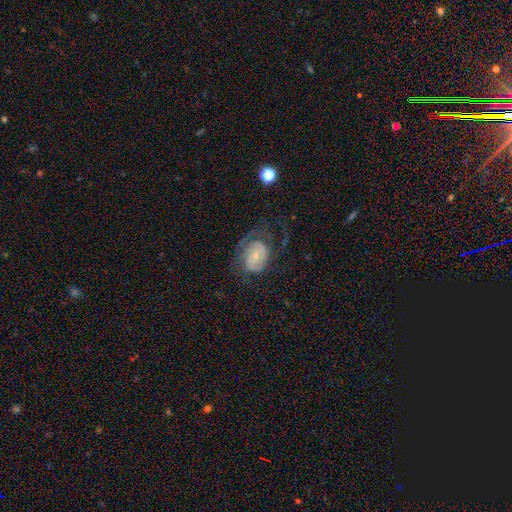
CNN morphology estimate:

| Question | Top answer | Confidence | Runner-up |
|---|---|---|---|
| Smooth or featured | featured or disk | 65% | smooth (27%) |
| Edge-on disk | no | 96% | yes (4%) |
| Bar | no | 67% | weak (26%) |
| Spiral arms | yes | 77% | no (23%) |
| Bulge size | small | 71% | moderate (22%) |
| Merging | none | 46% | major disturbance (32%) |